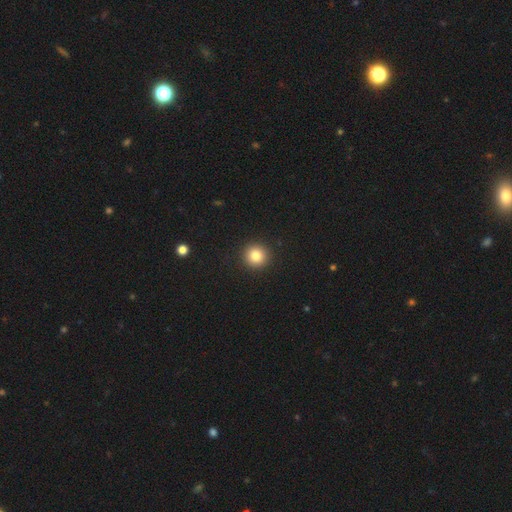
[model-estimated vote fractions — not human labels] smooth 83%, star or artifact 11%, featured or disk 6%. Down the decision tree: how rounded — round (94%); merging — none (93%).